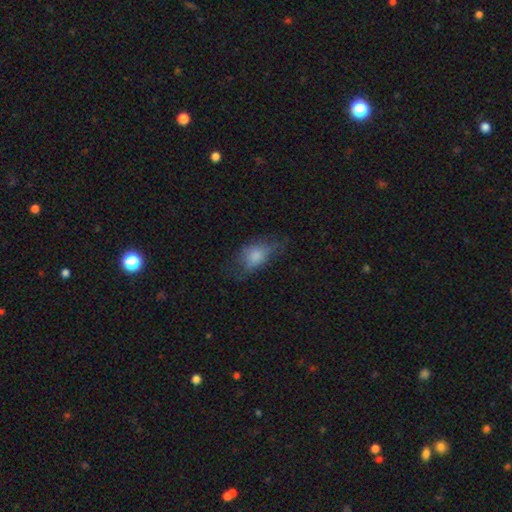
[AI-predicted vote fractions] This appears to be a smooth galaxy with no disk features (73%) that is in between round and cigar-shaped (83%). Merging: none (44%).